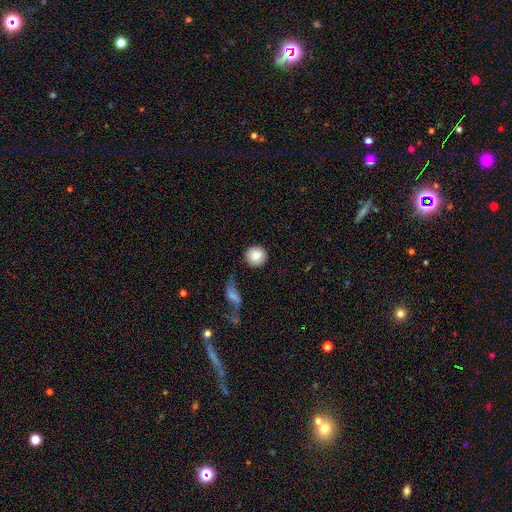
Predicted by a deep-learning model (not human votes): Overall: smooth (86%). How rounded: round (92%). Merging: none (78%).